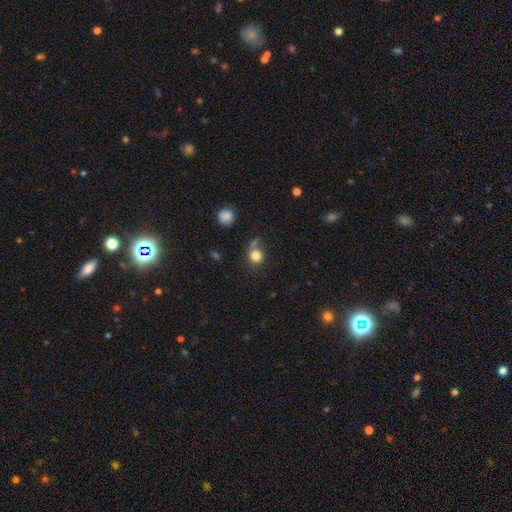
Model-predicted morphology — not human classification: Overall: smooth (81%). How rounded: round (81%). Merging: none (60%).